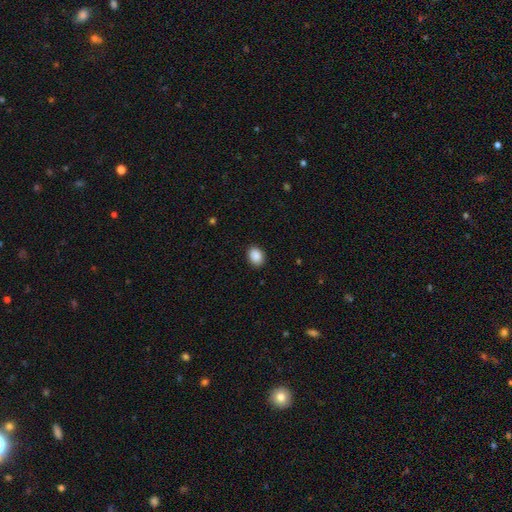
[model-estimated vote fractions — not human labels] This appears to be a smooth galaxy with no disk features (89%) that is in between round and cigar-shaped (63%). Merging: none (89%).